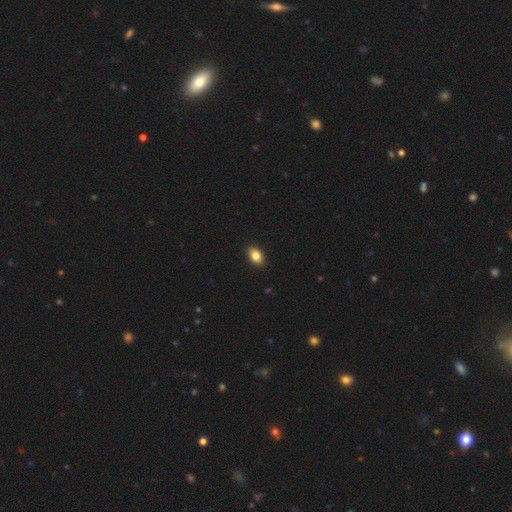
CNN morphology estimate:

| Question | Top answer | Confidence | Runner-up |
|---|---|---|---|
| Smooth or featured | smooth | 85% | star or artifact (8%) |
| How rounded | in between | 88% | round (11%) |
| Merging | none | 90% | minor disturbance (7%) |